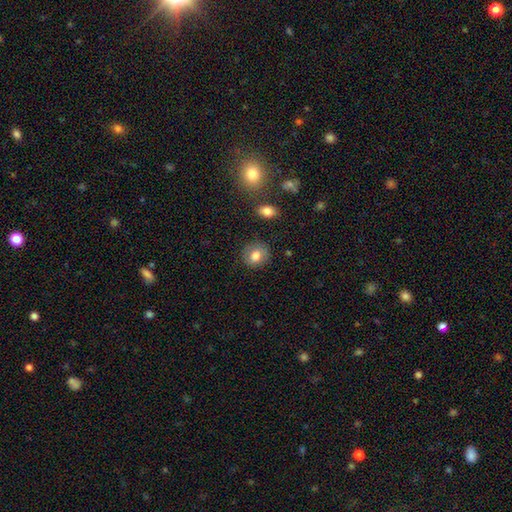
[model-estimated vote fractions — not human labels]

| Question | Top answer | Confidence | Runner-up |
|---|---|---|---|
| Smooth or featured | smooth | 77% | featured or disk (14%) |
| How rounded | round | 74% | in between (25%) |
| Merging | none | 81% | minor disturbance (13%) |